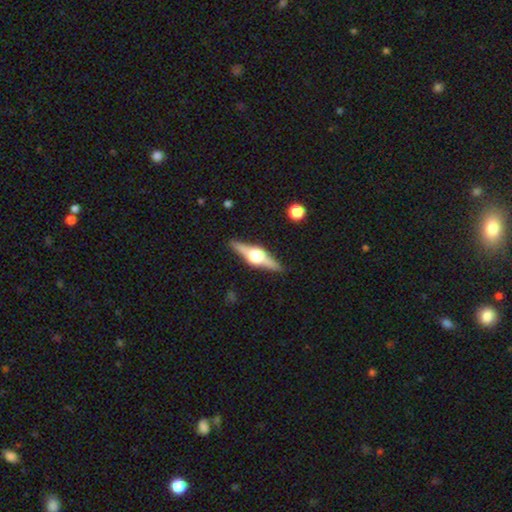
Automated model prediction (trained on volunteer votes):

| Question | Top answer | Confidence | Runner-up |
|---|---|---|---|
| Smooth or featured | featured or disk | 81% | smooth (14%) |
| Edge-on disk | yes | 98% | no (2%) |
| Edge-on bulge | rounded | 94% | boxy (5%) |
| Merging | none | 90% | minor disturbance (7%) |